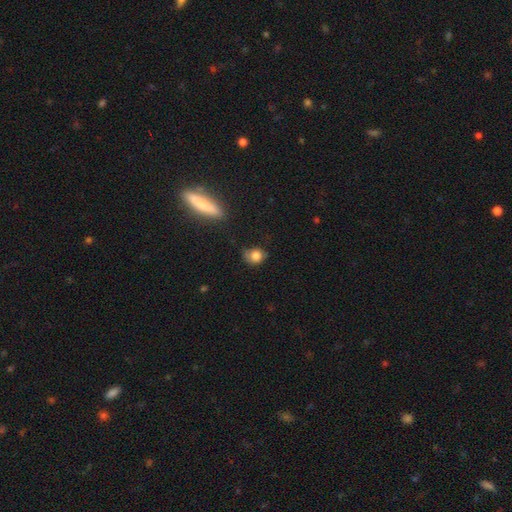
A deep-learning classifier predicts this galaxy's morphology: A smooth galaxy with no disk features (78%) that is round (61%).

Vote fractions:
- Smooth or featured? smooth: 78% / featured or disk: 11% / star or artifact: 11%
- How rounded? round: 61% / in between: 37% / cigar-shaped: 1%
- Merging? none: 52% / minor disturbance: 33% / major disturbance: 11% / merger: 4%